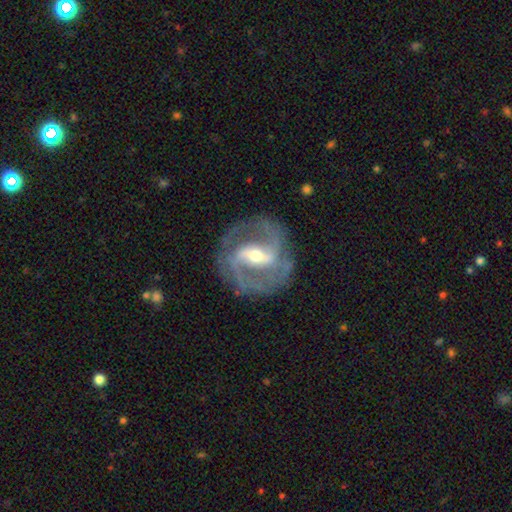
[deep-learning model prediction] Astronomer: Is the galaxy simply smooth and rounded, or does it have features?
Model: featured or disk — 90%.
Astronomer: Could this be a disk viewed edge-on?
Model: no — 97%.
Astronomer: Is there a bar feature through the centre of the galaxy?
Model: strong — 52% (runner-up: weak, 35%).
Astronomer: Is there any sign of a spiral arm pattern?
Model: yes — 95%.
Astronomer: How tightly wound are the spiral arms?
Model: medium — 55%.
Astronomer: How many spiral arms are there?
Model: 2 — 83%.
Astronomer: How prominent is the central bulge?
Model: moderate — 56% (runner-up: small, 39%).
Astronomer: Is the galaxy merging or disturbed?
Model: none — 79%.